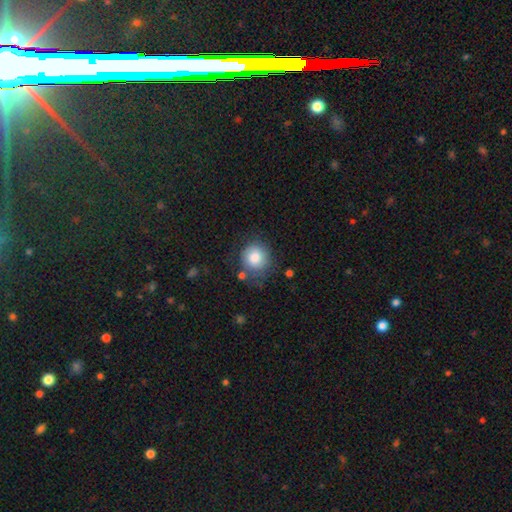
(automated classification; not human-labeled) This is clearly a smooth galaxy (82%). How rounded: clearly round (88%). Merging: likely none (69%).